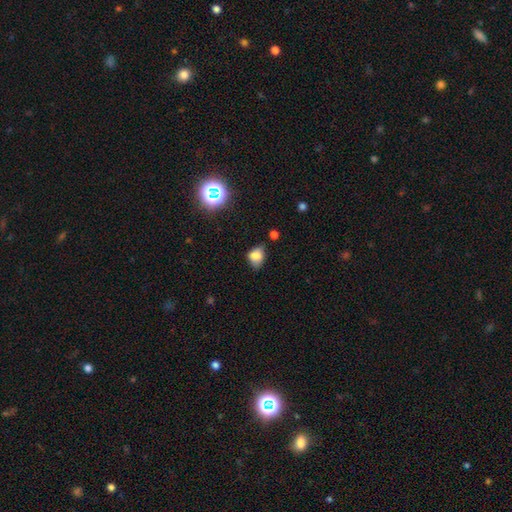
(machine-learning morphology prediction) smooth_or_featured: smooth (p=0.77) [alt: star or artifact p=0.13]
how_rounded: in between (p=0.63) [alt: round p=0.36]
merging: none (p=0.50) [alt: minor disturbance p=0.37]